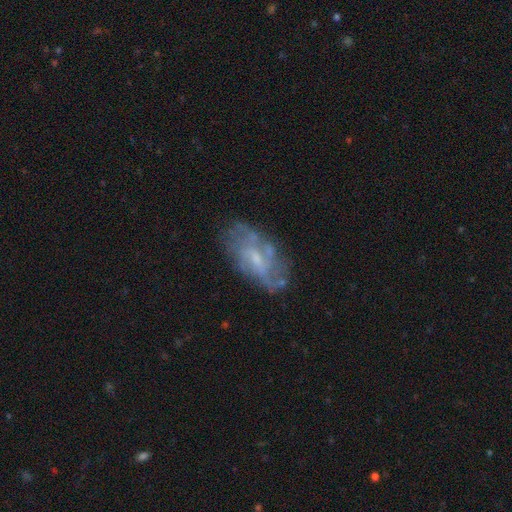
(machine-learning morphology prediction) Q: Smooth or featured?
A: featured or disk (68%); runner-up: smooth (23%)
Q: Edge-on disk?
A: no (93%); runner-up: yes (7%)
Q: Bar?
A: no (49%); runner-up: weak (43%)
Q: Spiral arms?
A: yes (68%); runner-up: no (32%)
Q: Bulge size?
A: small (57%); runner-up: moderate (28%)
Q: Merging?
A: none (66%); runner-up: minor disturbance (21%)